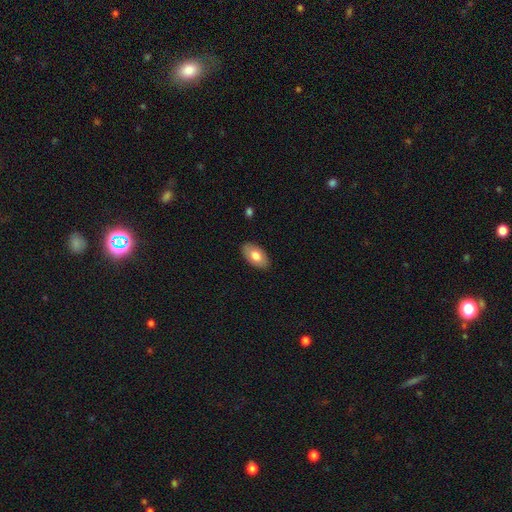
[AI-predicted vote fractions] Smooth or featured: smooth — 76% (featured or disk — 17%)
How rounded: in between — 94% (round — 4%)
Merging: none — 88% (minor disturbance — 9%)